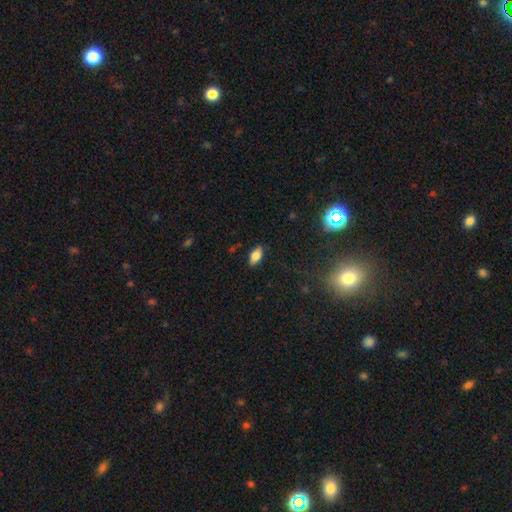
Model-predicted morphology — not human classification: Overall: smooth (78%). How rounded: in between (90%). Merging: none (86%).